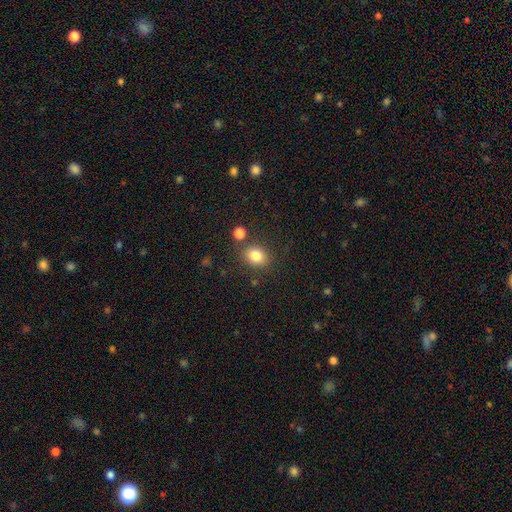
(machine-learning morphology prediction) smooth-or-featured: smooth: 82% | star or artifact: 11% | featured or disk: 7%
  how-rounded: round: 54% | in between: 45% | cigar-shaped: 1%
  merging: none: 78% | minor disturbance: 11% | merger: 7% | major disturbance: 4%